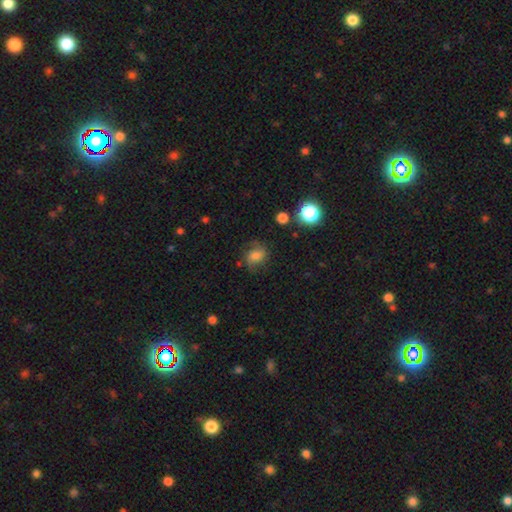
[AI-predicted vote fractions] A smooth galaxy with no disk features (55%) that is round (59%).

Vote fractions:
- Smooth or featured? smooth: 55% / featured or disk: 31% / star or artifact: 14%
- How rounded? round: 59% / in between: 40% / cigar-shaped: 1%
- Merging? none: 66% / minor disturbance: 22% / major disturbance: 10% / merger: 2%